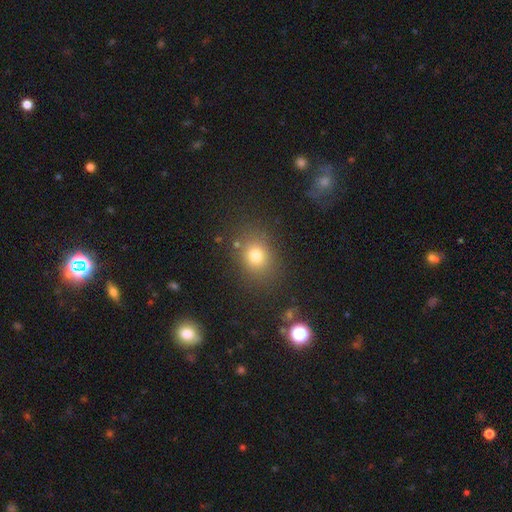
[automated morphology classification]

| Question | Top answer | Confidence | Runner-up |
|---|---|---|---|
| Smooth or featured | smooth | 76% | star or artifact (15%) |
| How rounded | round | 56% | in between (43%) |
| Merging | none | 80% | minor disturbance (11%) |